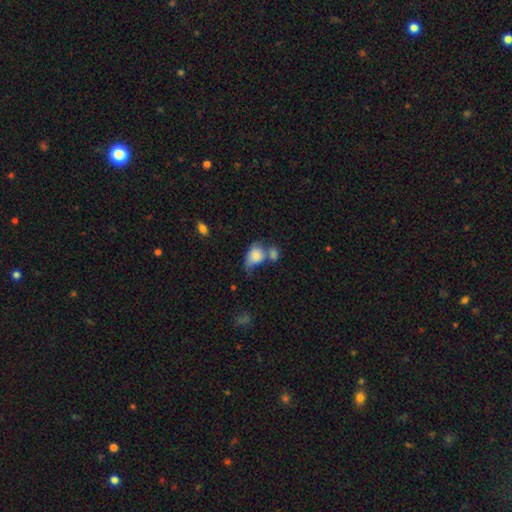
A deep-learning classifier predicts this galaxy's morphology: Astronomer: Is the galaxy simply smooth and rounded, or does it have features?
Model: smooth — 78%.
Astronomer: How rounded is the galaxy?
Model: in between — 69%.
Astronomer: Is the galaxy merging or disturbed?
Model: merger — 47%.